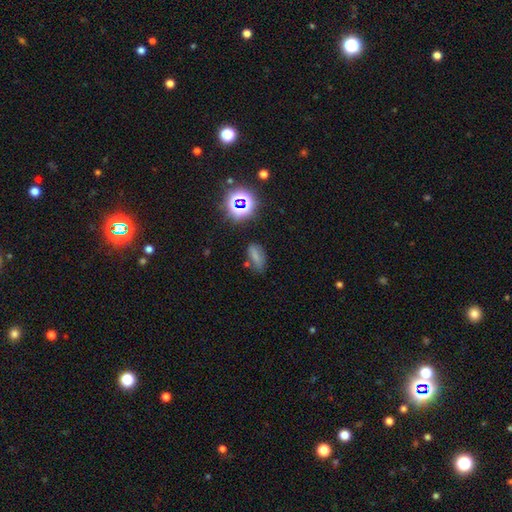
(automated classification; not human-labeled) Overall: smooth (64%). How rounded: in between (82%). Merging: none (65%).